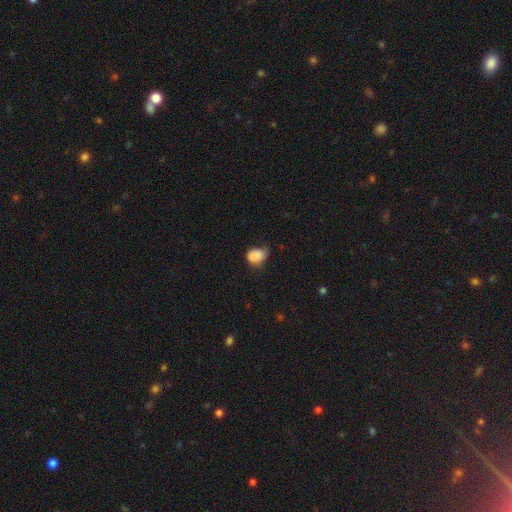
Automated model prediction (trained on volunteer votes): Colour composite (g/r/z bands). It shows a smooth galaxy with no disk features (84%) that is in between round and cigar-shaped (56%). Merging: none (54%).